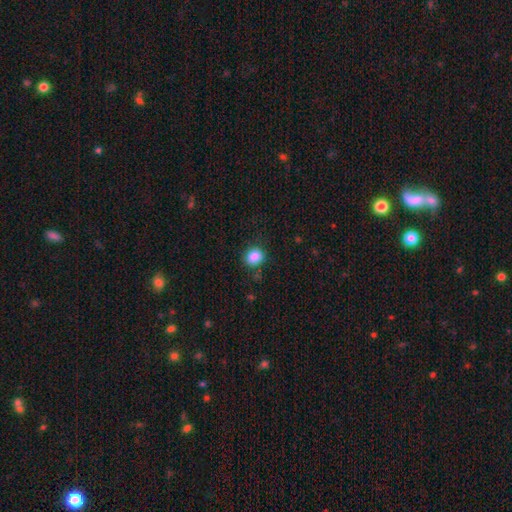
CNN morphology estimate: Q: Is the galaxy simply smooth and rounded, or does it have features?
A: smooth — 86%.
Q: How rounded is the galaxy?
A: round — 55%.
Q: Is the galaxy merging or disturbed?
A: none — 82%.